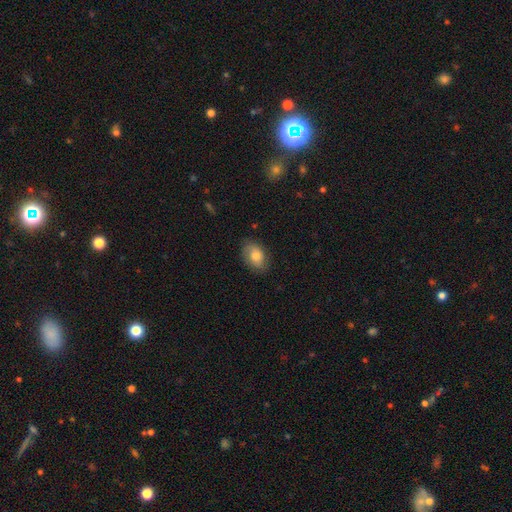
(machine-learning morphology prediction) Smooth or featured? smooth (75%)
How rounded? in between (84%)
Merging? none (81%)